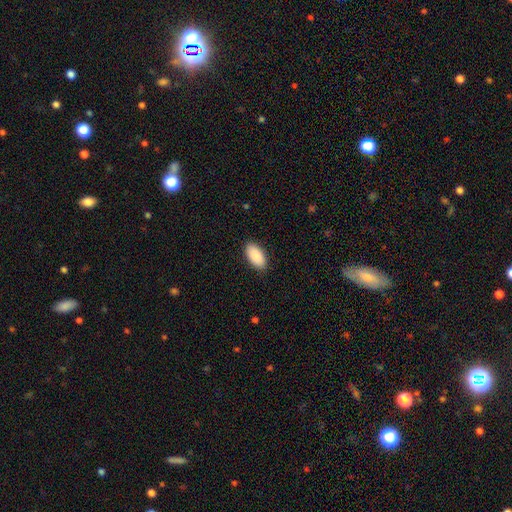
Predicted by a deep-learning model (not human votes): Morphology: type=smooth (90%); roundness=in between (95%); merging=none (88%).